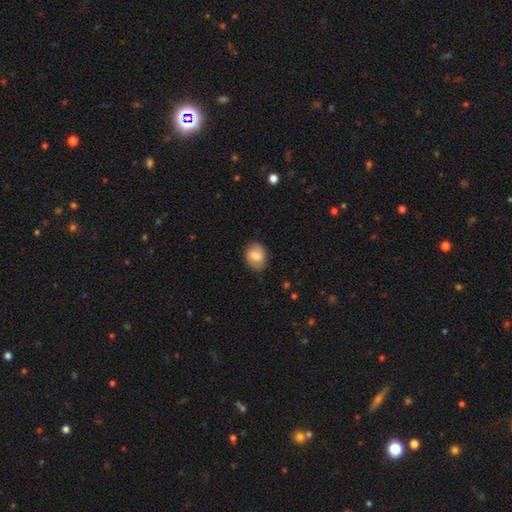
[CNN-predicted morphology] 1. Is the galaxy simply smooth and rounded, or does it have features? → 72% smooth, 20% featured or disk, 7% star or artifact.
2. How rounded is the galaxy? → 59% in between, 40% round, 1% cigar-shaped.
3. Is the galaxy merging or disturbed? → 82% none, 14% minor disturbance, 3% major disturbance, 1% merger.